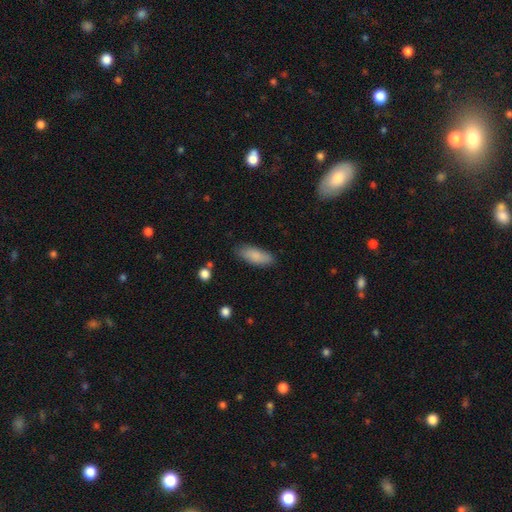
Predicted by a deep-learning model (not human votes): This appears to be a smooth galaxy with no disk features (85%) that is in between round and cigar-shaped (75%). Merging: none (82%).